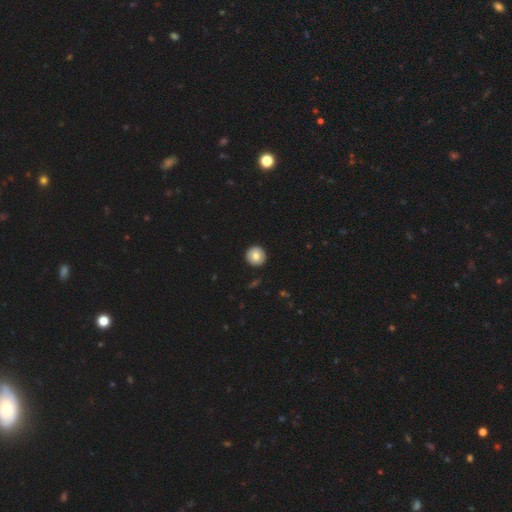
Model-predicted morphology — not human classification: type=smooth (78%); roundness=round (94%); merging=none (92%).